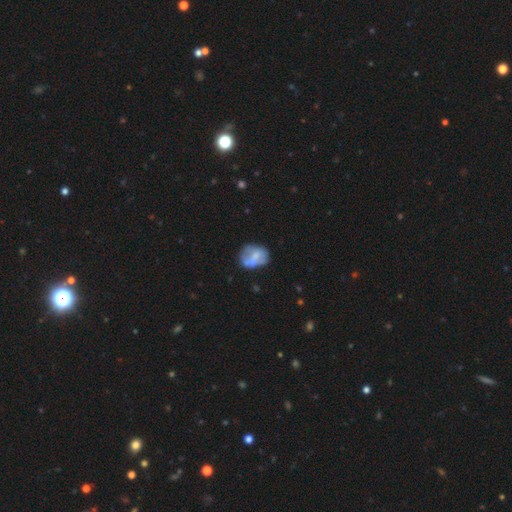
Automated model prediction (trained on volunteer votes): Smooth or featured?
  - smooth: 49% *
  - featured or disk: 43%
  - star or artifact: 8%
Merging?
  - none: 44% *
  - minor disturbance: 23%
  - merger: 21%
  - major disturbance: 13%